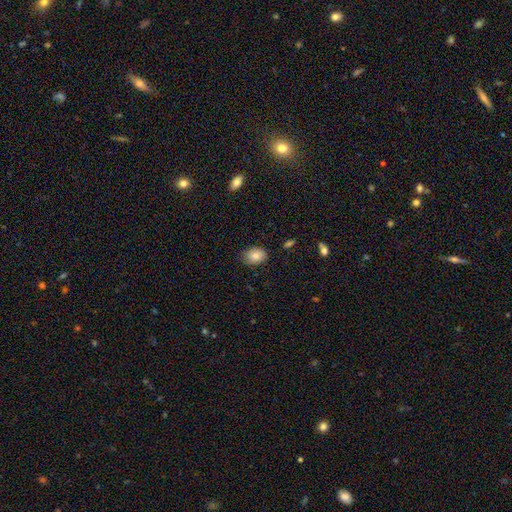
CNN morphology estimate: The model was most divided on "how rounded": in between: 70%, round: 29%, cigar-shaped: 1%. More confident: smooth or featured — smooth (84%); merging — none (83%).